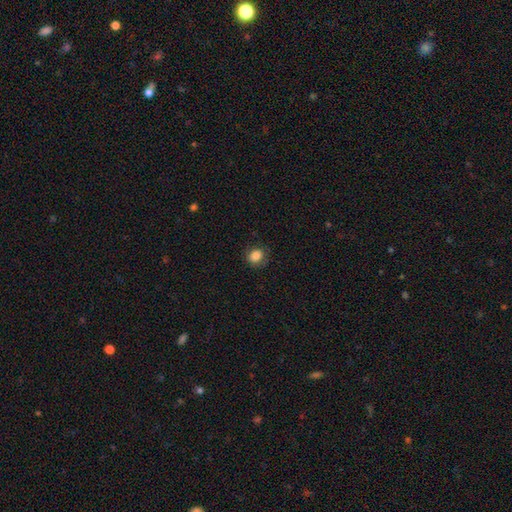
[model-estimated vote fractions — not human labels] Q: Smooth or featured?
A: smooth (84%); runner-up: star or artifact (10%)
Q: How rounded?
A: round (64%); runner-up: in between (35%)
Q: Merging?
A: none (77%); runner-up: minor disturbance (17%)